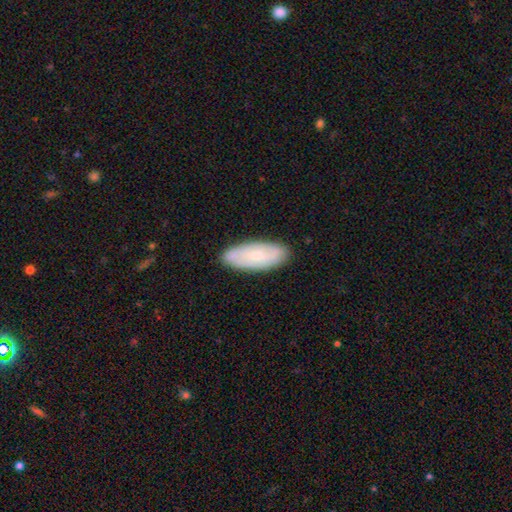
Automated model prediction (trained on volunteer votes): smooth_or_featured: smooth (p=0.58) [alt: featured or disk p=0.36]
how_rounded: in between (p=0.80) [alt: cigar-shaped p=0.18]
merging: none (p=0.86) [alt: minor disturbance p=0.11]